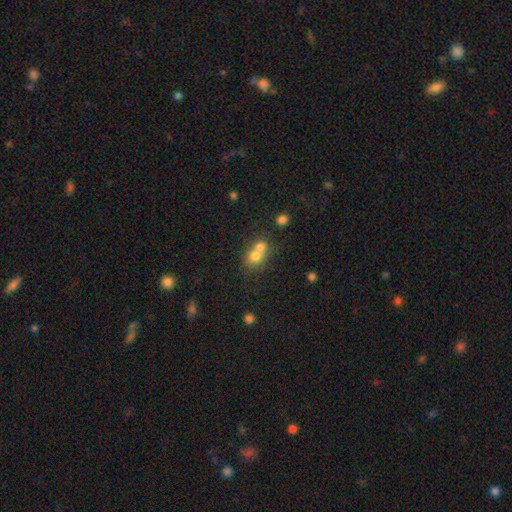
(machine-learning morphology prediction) This is likely a smooth galaxy (73%). How rounded: likely round (66%). Merging: likely merger (66%).